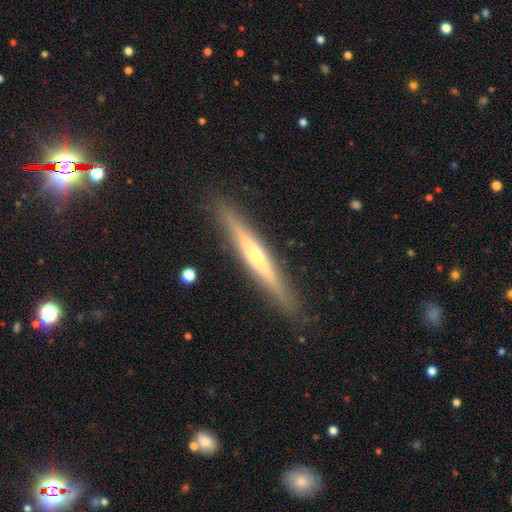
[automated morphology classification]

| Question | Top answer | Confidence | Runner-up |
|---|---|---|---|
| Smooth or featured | featured or disk | 69% | smooth (25%) |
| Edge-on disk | yes | 96% | no (4%) |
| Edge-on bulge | rounded | 77% | none (19%) |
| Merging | none | 90% | minor disturbance (8%) |